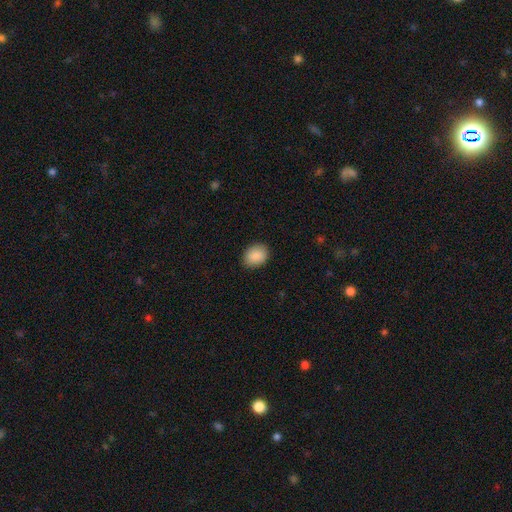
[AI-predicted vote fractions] smooth 89%, star or artifact 7%, featured or disk 3%. Down the decision tree: how rounded — in between (60%); merging — none (87%).